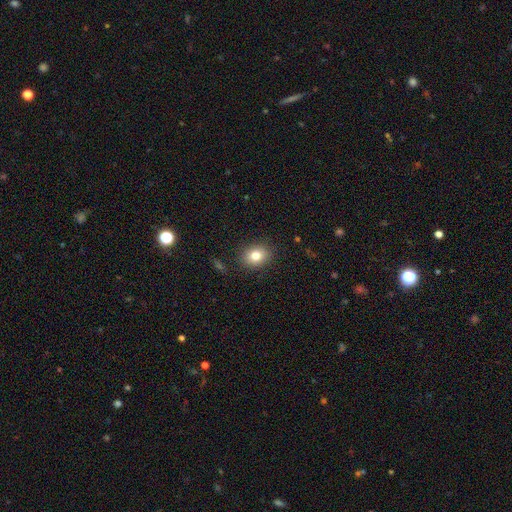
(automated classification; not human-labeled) Smooth or featured: smooth — 81% (star or artifact — 10%)
How rounded: in between — 50% (round — 49%)
Merging: none — 88% (minor disturbance — 8%)